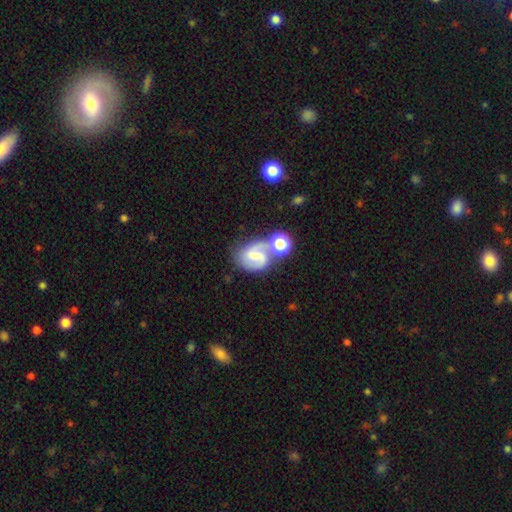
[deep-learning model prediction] A featured or disk galaxy (72%) with a weak bar (53%), 2 (82%) medium (51%) spiral arms (93%) and a small central bulge (47%).

Vote fractions:
- Smooth or featured? featured or disk: 72% / smooth: 19% / star or artifact: 8%
- Edge-on disk? no: 98% / yes: 2%
- Bar? weak: 53% / strong: 24% / no: 23%
- Spiral arms? yes: 93% / no: 7%
- Spiral winding? medium: 51% / tight: 25% / loose: 24%
- Spiral arm count? 2: 82% / 1: 8% / can't tell: 7% / 3: 2% / 4: 1% / more than 4: 1%
- Bulge size? small: 47% / moderate: 32% / none: 15% / large: 4% / dominant: 2%
- Merging? none: 42% / merger: 34% / minor disturbance: 15% / major disturbance: 9%